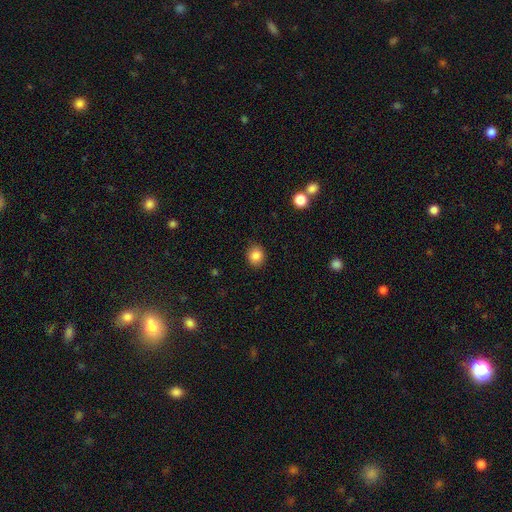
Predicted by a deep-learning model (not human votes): Smooth or featured?
  - smooth: 85% *
  - star or artifact: 10%
  - featured or disk: 5%
How rounded?
  - round: 74% *
  - in between: 25%
  - cigar-shaped: 1%
Merging?
  - none: 89% *
  - minor disturbance: 8%
  - major disturbance: 2%
  - merger: 1%